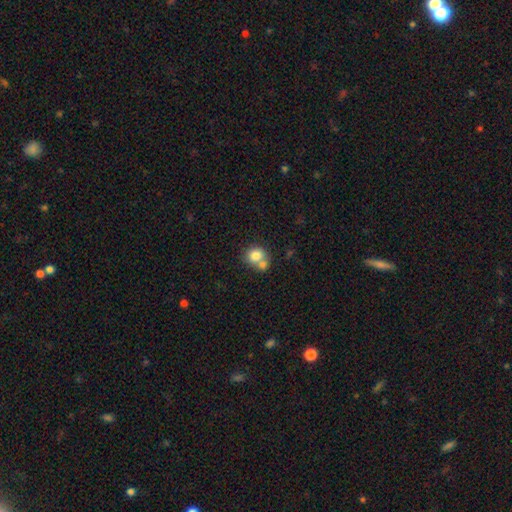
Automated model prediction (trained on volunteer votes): Overall: smooth (79%). How rounded: round (76%). Merging: merger (49%; none 40%).